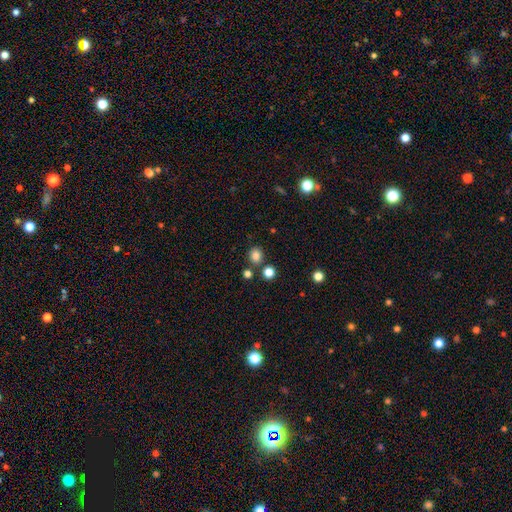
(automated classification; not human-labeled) A smooth galaxy with no disk features (83%) that is round (76%).

Vote fractions:
- Smooth or featured? smooth: 83% / star or artifact: 13% / featured or disk: 4%
- How rounded? round: 76% / in between: 23% / cigar-shaped: 1%
- Merging? none: 80% / merger: 9% / minor disturbance: 8% / major disturbance: 3%